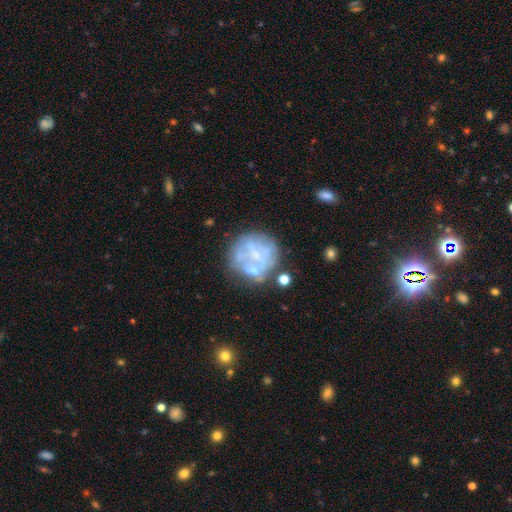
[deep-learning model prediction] Morphology: type=featured or disk (59%); edge-on=no (98%); bar=no (86%); spiral arms=no (86%); bulge=none (44%); merging=none (55%).